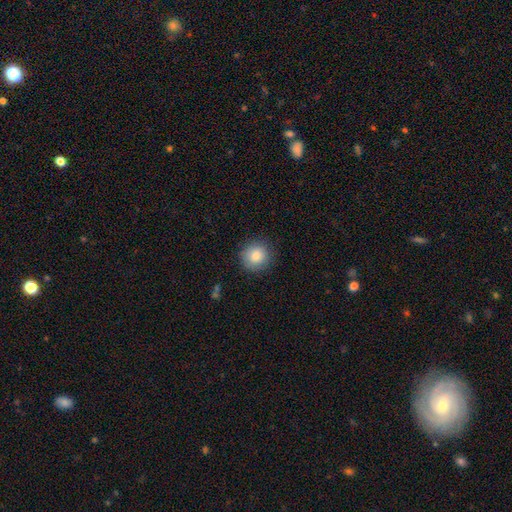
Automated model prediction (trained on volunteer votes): This appears to be a smooth galaxy with no disk features (83%) that is round (92%). Merging: none (88%).